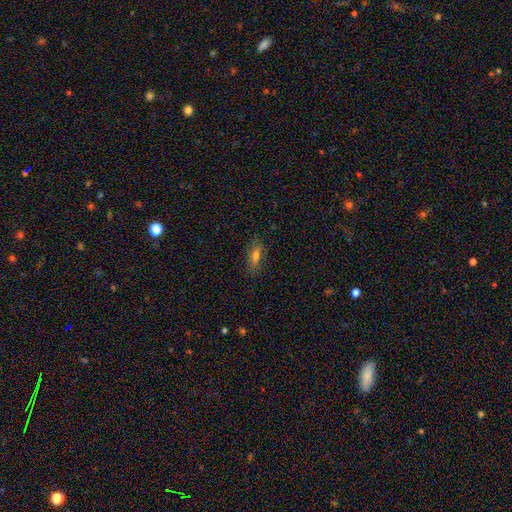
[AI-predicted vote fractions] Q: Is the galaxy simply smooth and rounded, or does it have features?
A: smooth — 70%.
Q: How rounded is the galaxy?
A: in between — 72%.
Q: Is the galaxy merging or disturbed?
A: none — 82%.